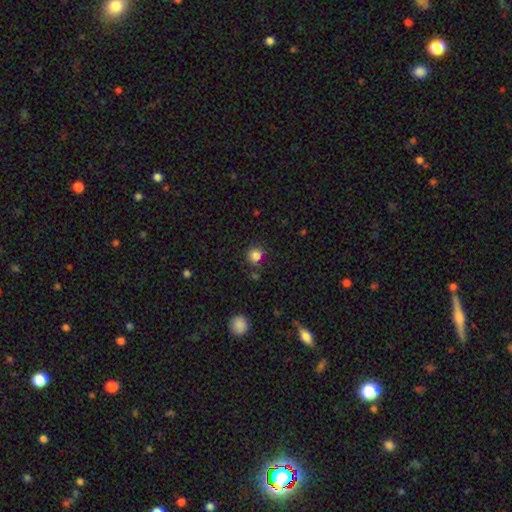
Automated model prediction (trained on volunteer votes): smooth 83%, star or artifact 13%, featured or disk 4%. Down the decision tree: how rounded — round (87%); merging — none (76%).